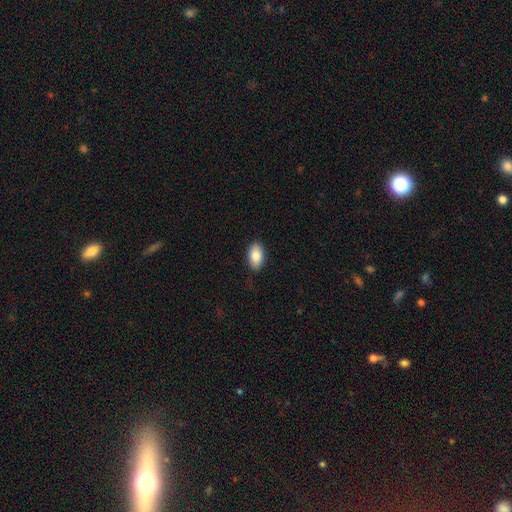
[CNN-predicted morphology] smooth_or_featured: smooth (p=0.85) [alt: featured or disk p=0.08]
how_rounded: in between (p=0.93) [alt: round p=0.05]
merging: none (p=0.85) [alt: minor disturbance p=0.12]